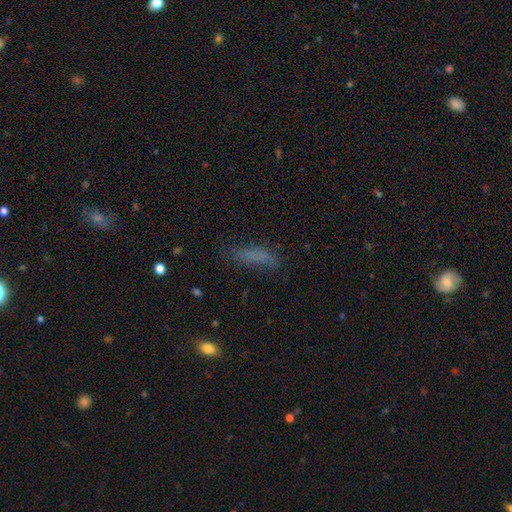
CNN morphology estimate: The model was most divided on "how rounded": cigar-shaped: 61%, in between: 37%, round: 2%. More confident: smooth or featured — smooth (72%); merging — none (69%).